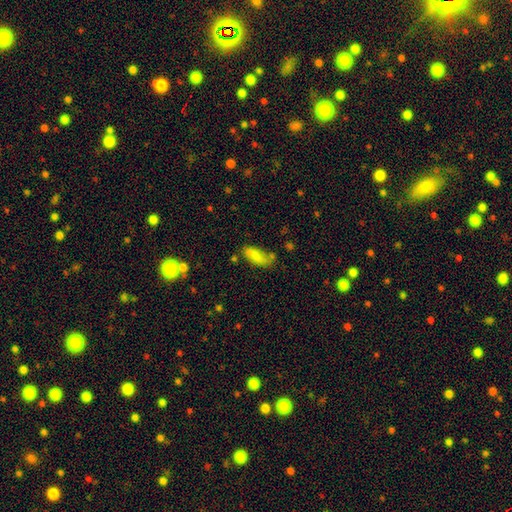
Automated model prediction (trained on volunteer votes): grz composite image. It shows a smooth galaxy with no disk features (78%) that is in between round and cigar-shaped (79%). Merging: none (59%).